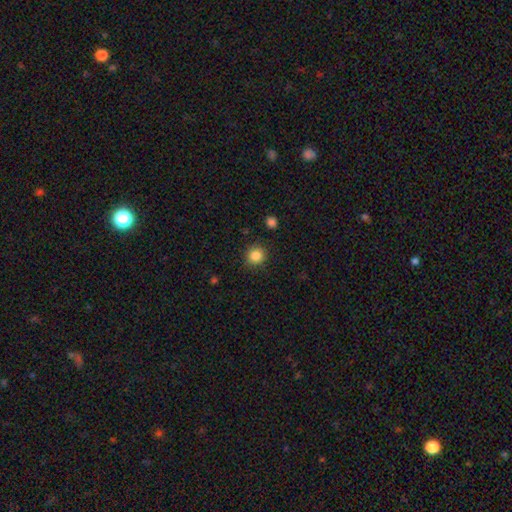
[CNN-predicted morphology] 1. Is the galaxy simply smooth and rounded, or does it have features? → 85% smooth, 11% star or artifact, 4% featured or disk.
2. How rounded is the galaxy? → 90% round, 9% in between, 1% cigar-shaped.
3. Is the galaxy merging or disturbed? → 88% none, 8% minor disturbance, 2% major disturbance, 2% merger.